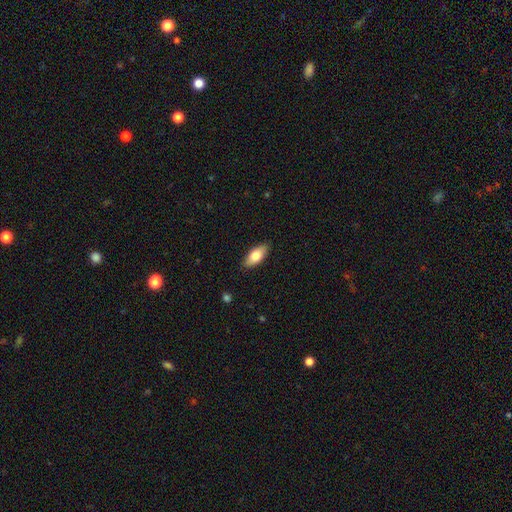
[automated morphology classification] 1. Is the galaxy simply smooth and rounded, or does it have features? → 76% smooth, 18% featured or disk, 6% star or artifact.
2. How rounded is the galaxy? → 86% in between, 12% cigar-shaped, 3% round.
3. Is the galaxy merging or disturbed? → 88% none, 10% minor disturbance, 2% major disturbance, 1% merger.